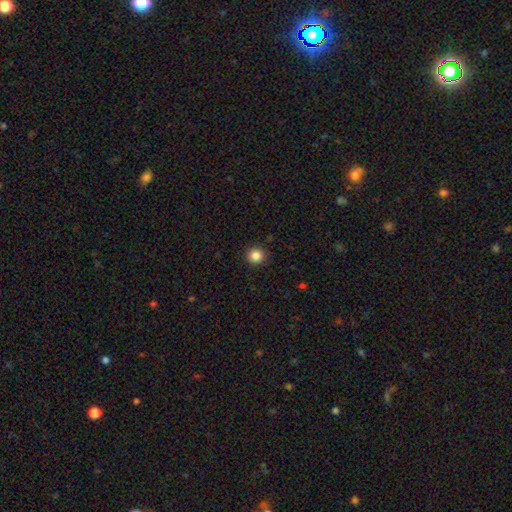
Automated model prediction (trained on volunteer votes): A smooth galaxy with no disk features (85%) that is round (92%).

Vote fractions:
- Smooth or featured? smooth: 85% / star or artifact: 11% / featured or disk: 4%
- How rounded? round: 92% / in between: 7% / cigar-shaped: 1%
- Merging? none: 92% / minor disturbance: 5% / major disturbance: 2% / merger: 1%